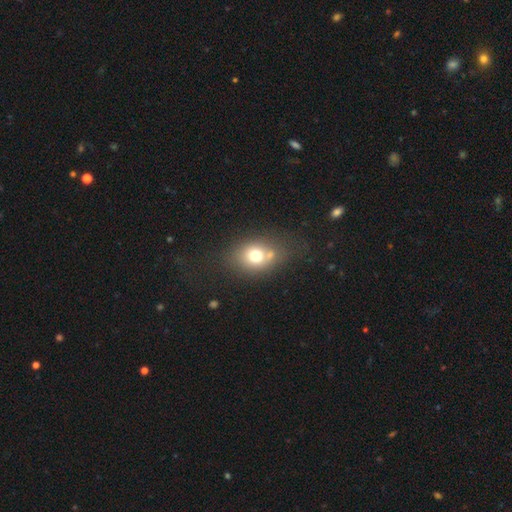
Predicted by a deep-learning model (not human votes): Smooth or featured?
  - smooth: 69% *
  - featured or disk: 18%
  - star or artifact: 13%
How rounded?
  - in between: 53% *
  - round: 46%
  - cigar-shaped: 1%
Merging?
  - none: 56% *
  - merger: 18%
  - minor disturbance: 17%
  - major disturbance: 9%